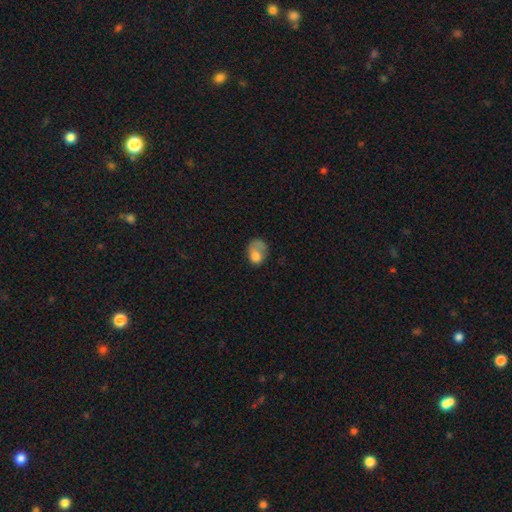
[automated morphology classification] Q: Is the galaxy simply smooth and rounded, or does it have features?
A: smooth — 68%.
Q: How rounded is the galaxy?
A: in between — 64%.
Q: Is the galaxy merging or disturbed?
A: major disturbance — 42%.